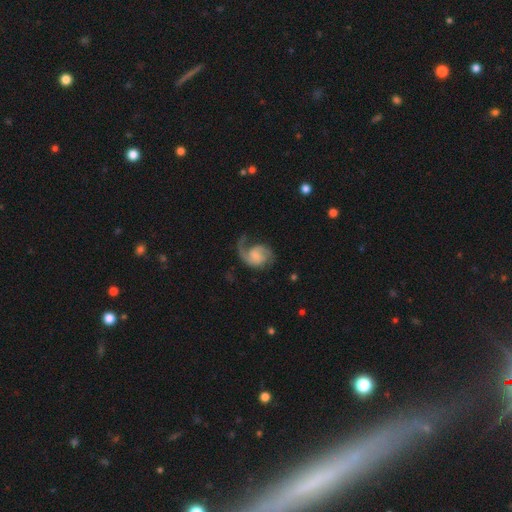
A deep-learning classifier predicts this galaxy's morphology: The model was most divided on "spiral winding": medium: 46%, loose: 37%, tight: 18%. Remaining: edge-on disk — no (98%); spiral arms — yes (96%); smooth or featured — featured or disk (82%); spiral arm count — 2 (64%); bar — no (56%); merging — none (52%); bulge size — none (44%).